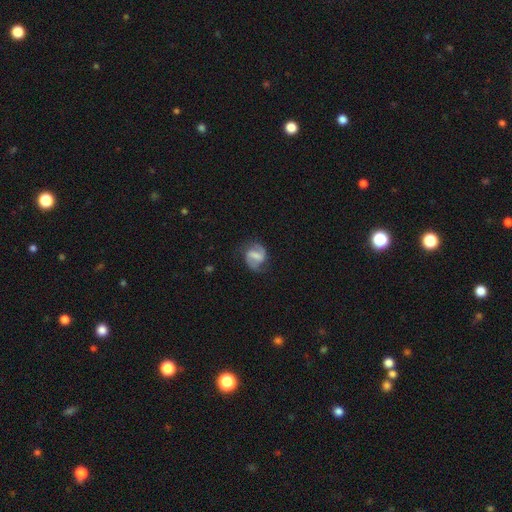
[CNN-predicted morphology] Smooth or featured?
  - featured or disk: 83% *
  - smooth: 11%
  - star or artifact: 6%
Edge-on disk?
  - no: 98% *
  - yes: 2%
Bar?
  - weak: 44% *
  - strong: 41%
  - no: 14%
Spiral arms?
  - yes: 96% *
  - no: 4%
Spiral winding?
  - medium: 51% *
  - loose: 30%
  - tight: 19%
Spiral arm count?
  - 2: 92% *
  - can't tell: 3%
  - 1: 2%
  - 3: 1%
  - 4: 1%
  - more than 4: 1%
Bulge size?
  - none: 37% *
  - small: 31%
  - moderate: 24%
  - large: 6%
  - dominant: 1%
Merging?
  - none: 78% *
  - minor disturbance: 15%
  - major disturbance: 6%
  - merger: 1%